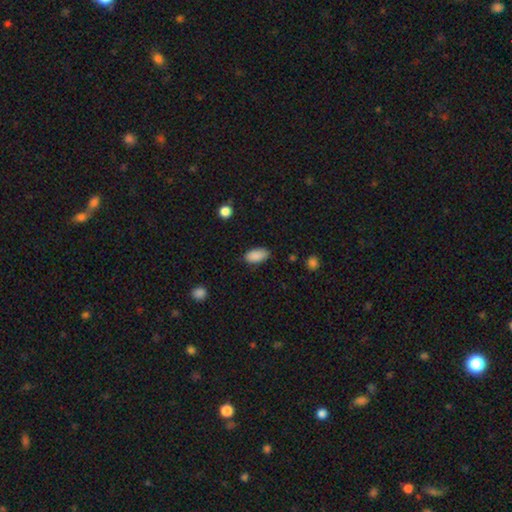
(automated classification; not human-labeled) A smooth galaxy with no disk features (89%) that is in between round and cigar-shaped (93%). Merging: none (82%).